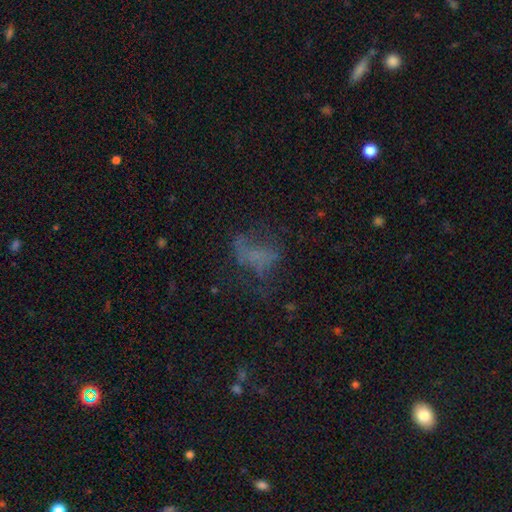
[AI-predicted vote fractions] Smooth or featured? Predicted: smooth (p=0.38). Merging? Predicted: none (p=0.38, tied with major disturbance).